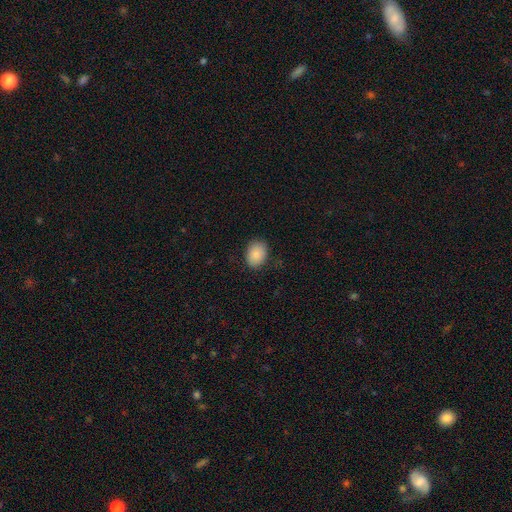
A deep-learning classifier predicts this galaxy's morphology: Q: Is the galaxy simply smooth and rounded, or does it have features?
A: smooth — 89%.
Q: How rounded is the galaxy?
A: in between — 61%.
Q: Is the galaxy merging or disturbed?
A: none — 85%.